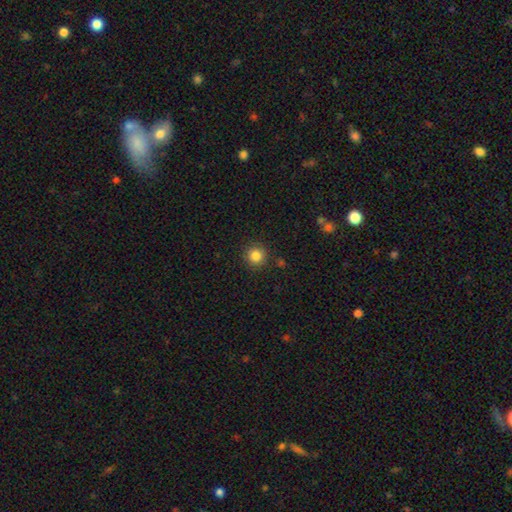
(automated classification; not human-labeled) Overall: smooth (84%). How rounded: round (94%). Merging: none (89%).